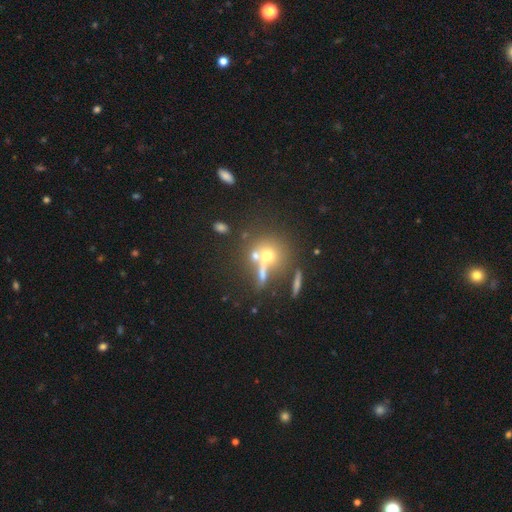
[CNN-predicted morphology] Overall: smooth (60%; featured or disk 22%). How rounded: round (83%). Merging: none (48%; merger 34%).